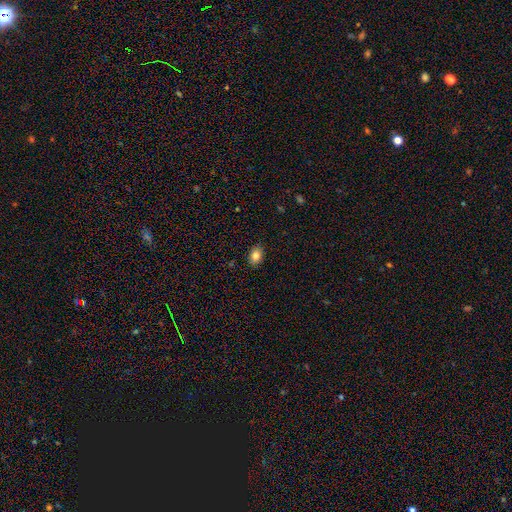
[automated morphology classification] Smooth or featured: smooth — 83% (star or artifact — 9%)
How rounded: in between — 82% (round — 17%)
Merging: none — 89% (minor disturbance — 8%)